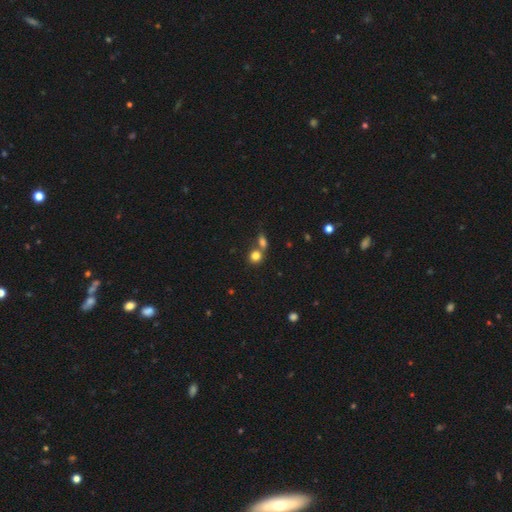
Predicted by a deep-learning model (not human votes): Q: Smooth or featured?
A: smooth (80%); runner-up: star or artifact (12%)
Q: How rounded?
A: round (81%); runner-up: in between (18%)
Q: Merging?
A: none (47%); runner-up: merger (42%)